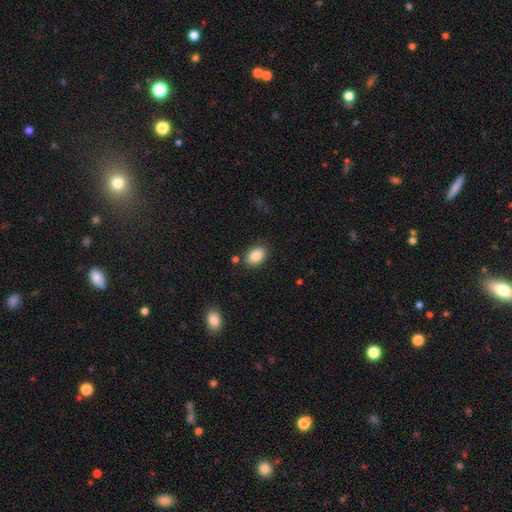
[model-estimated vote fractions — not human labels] Q: Smooth or featured?
A: smooth (85%); runner-up: star or artifact (7%)
Q: How rounded?
A: in between (85%); runner-up: round (14%)
Q: Merging?
A: none (84%); runner-up: minor disturbance (10%)